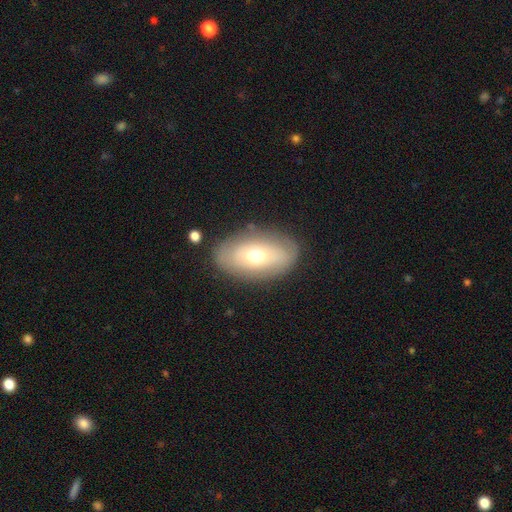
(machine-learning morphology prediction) A smooth galaxy with no disk features (54%) that is in between round and cigar-shaped (90%).

Vote fractions:
- Smooth or featured? smooth: 54% / featured or disk: 38% / star or artifact: 8%
- How rounded? in between: 90% / round: 8% / cigar-shaped: 2%
- Merging? none: 80% / minor disturbance: 14% / major disturbance: 5% / merger: 2%